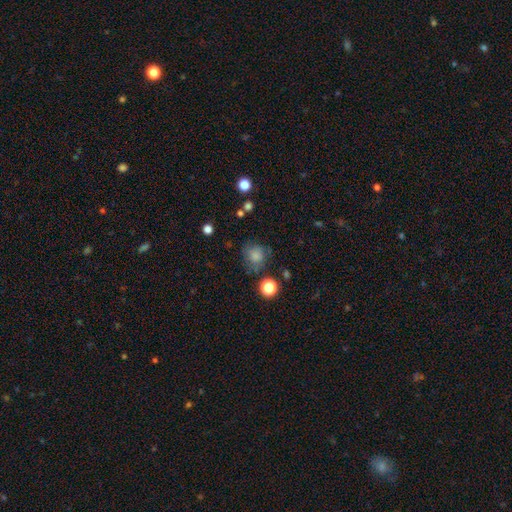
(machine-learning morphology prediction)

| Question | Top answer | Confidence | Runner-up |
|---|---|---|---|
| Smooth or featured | smooth | 79% | star or artifact (12%) |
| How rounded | round | 85% | in between (14%) |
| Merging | none | 67% | minor disturbance (19%) |